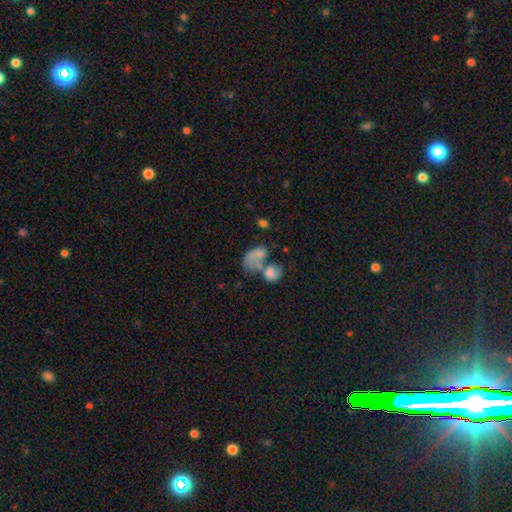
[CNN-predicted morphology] Overall: smooth (66%). How rounded: in between (81%). Merging: merger (55%; major disturbance 18%).